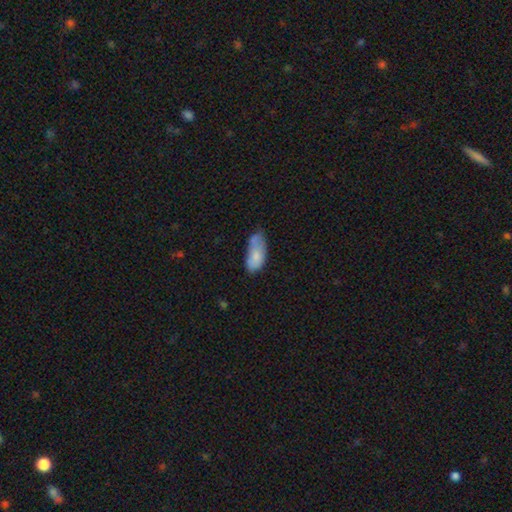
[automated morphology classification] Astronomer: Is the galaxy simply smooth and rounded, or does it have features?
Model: smooth — 75%.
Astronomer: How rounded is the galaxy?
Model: in between — 88%.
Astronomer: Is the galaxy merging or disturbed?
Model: minor disturbance — 36%, tied with none at 36%.